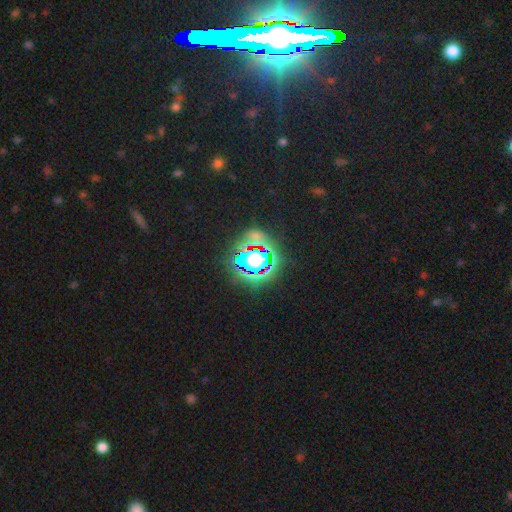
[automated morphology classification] Overall: star or artifact (77%).